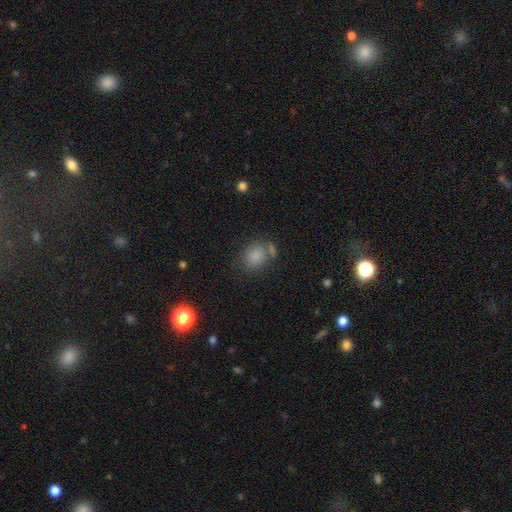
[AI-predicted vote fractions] A smooth galaxy with no disk features (83%) that is round (58%).

Vote fractions:
- Smooth or featured? smooth: 83% / star or artifact: 10% / featured or disk: 7%
- How rounded? round: 58% / in between: 41% / cigar-shaped: 1%
- Merging? none: 60% / minor disturbance: 17% / merger: 16% / major disturbance: 7%